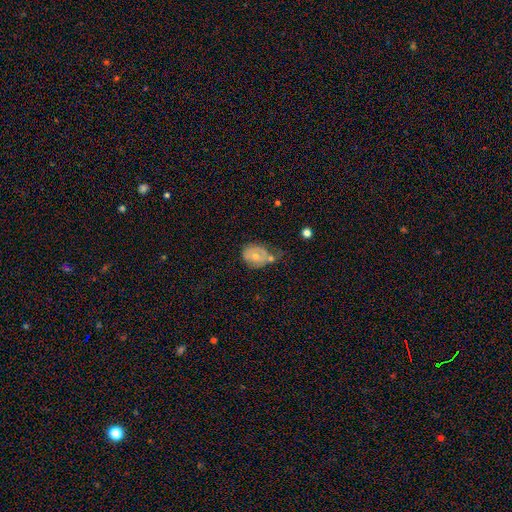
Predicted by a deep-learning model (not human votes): smooth_or_featured: smooth (p=0.54) [alt: featured or disk p=0.38]
how_rounded: in between (p=0.51) [alt: round p=0.48]
merging: none (p=0.31) [alt: minor disturbance p=0.29]